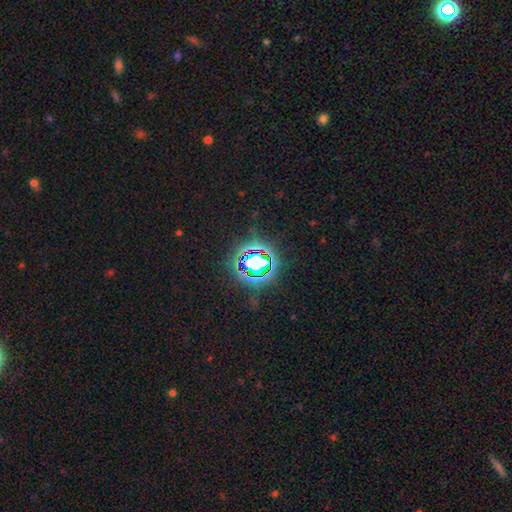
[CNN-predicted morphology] Smooth or featured? star or artifact (78%)